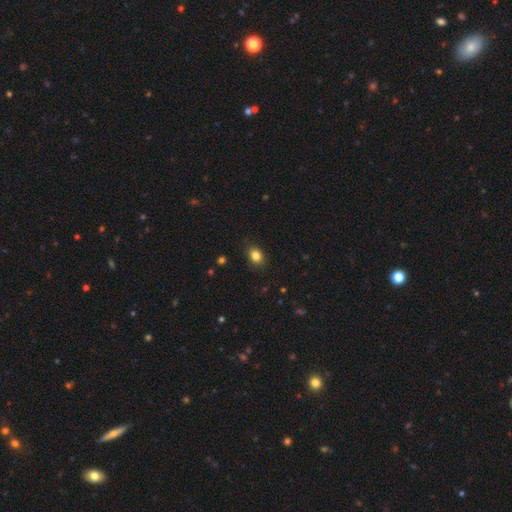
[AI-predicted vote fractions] This appears to be a smooth galaxy with no disk features (83%) that is in between round and cigar-shaped (61%). Merging: none (84%).